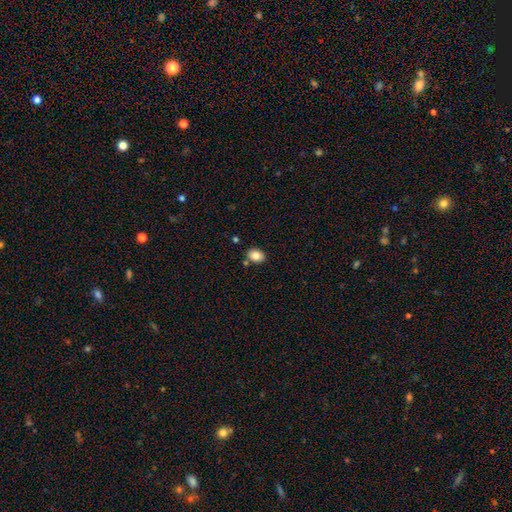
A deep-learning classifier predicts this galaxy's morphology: This is clearly a smooth galaxy (85%). How rounded: likely in between (74%). Merging: clearly none (81%).